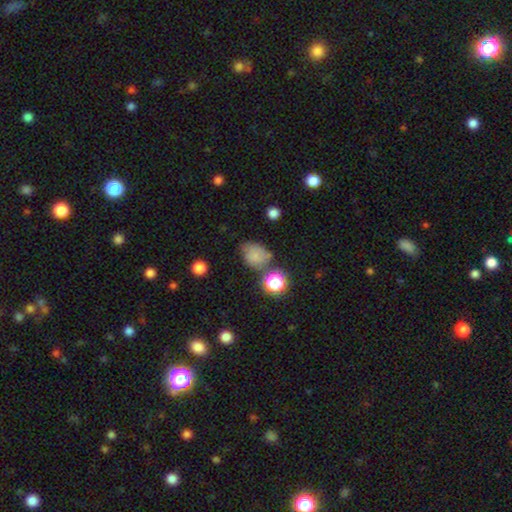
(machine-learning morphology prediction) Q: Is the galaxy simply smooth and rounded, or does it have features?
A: smooth — 72%.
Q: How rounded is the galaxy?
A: round — 54%.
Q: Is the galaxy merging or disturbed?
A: none — 56%.